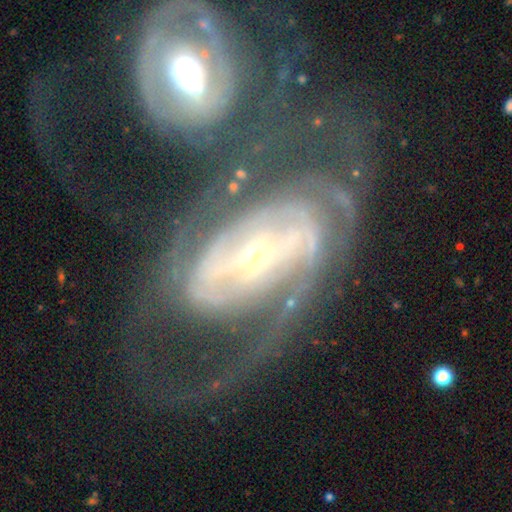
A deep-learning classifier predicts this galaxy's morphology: Smooth or featured? featured or disk (88%)
Edge-on disk? no (95%)
Bar? strong (42%)
Spiral arms? yes (92%)
Spiral winding? tight (50%)
Spiral arm count? 2 (54%)
Bulge size? small (56%)
Merging? none (34%)